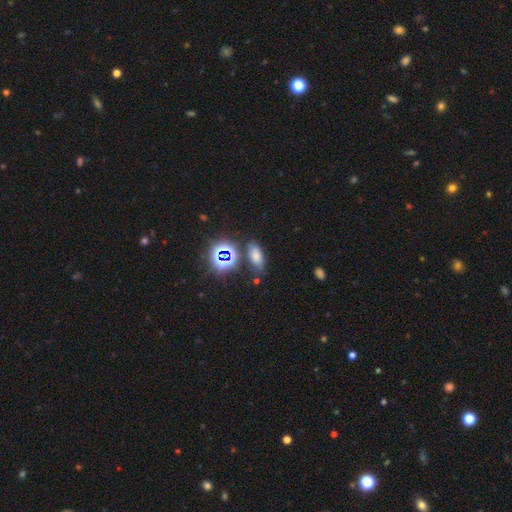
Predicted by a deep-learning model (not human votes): Morphology: type=smooth (62%); roundness=in between (82%); merging=none (75%).